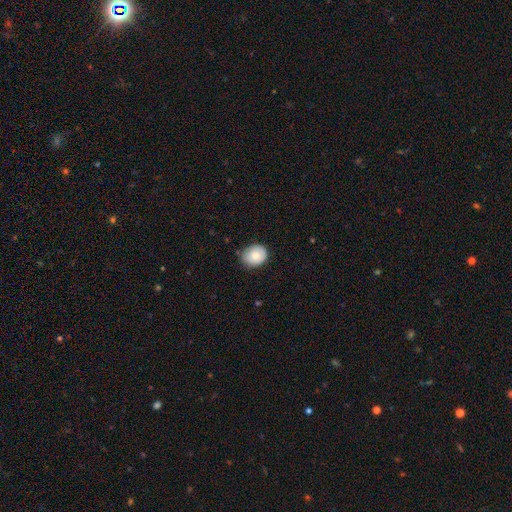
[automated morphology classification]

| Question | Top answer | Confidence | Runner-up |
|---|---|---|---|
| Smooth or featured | smooth | 79% | featured or disk (13%) |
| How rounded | round | 59% | in between (41%) |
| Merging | none | 77% | minor disturbance (19%) |